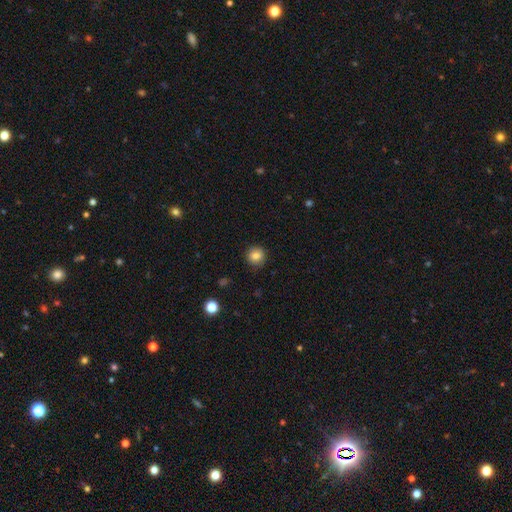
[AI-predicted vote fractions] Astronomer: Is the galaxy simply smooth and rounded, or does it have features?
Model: smooth — 84%.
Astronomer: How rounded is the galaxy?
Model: round — 91%.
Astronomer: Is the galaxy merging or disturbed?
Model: none — 88%.